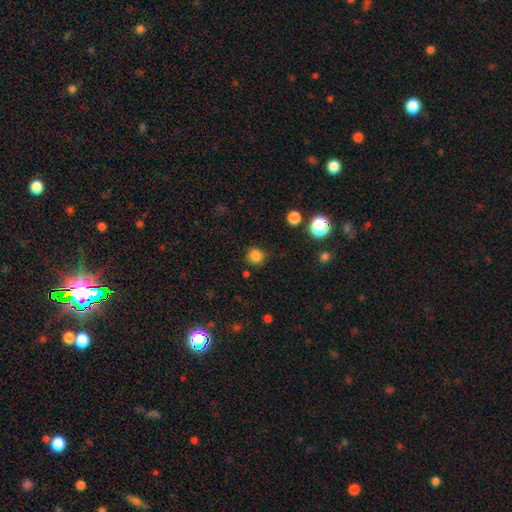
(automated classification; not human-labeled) smooth_or_featured: smooth (p=0.83) [alt: star or artifact p=0.13]
how_rounded: round (p=0.93) [alt: in between p=0.06]
merging: none (p=0.87) [alt: minor disturbance p=0.08]